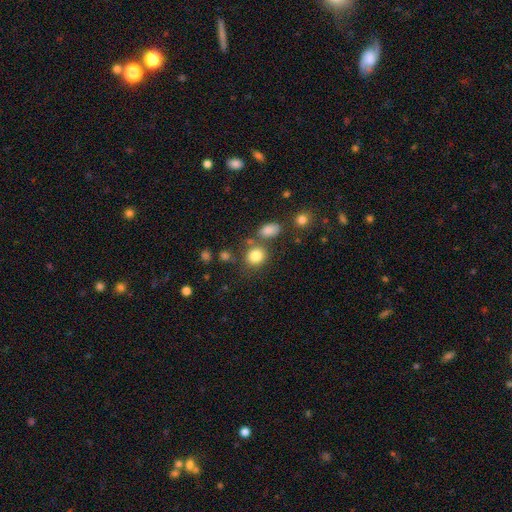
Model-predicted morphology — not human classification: Smooth or featured? smooth (83%)
How rounded? round (77%)
Merging? none (70%)